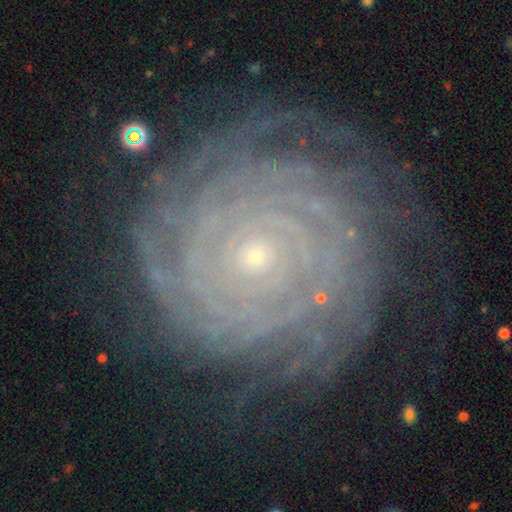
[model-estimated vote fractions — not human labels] featured or disk 86%, star or artifact 7%, smooth 7%. Down the decision tree: edge-on disk — no (97%); bar — no (80%); spiral arms — yes (98%); spiral arm count — more than 4 (26%); spiral winding — tight (90%); bulge size — small (84%); merging — none (80%).